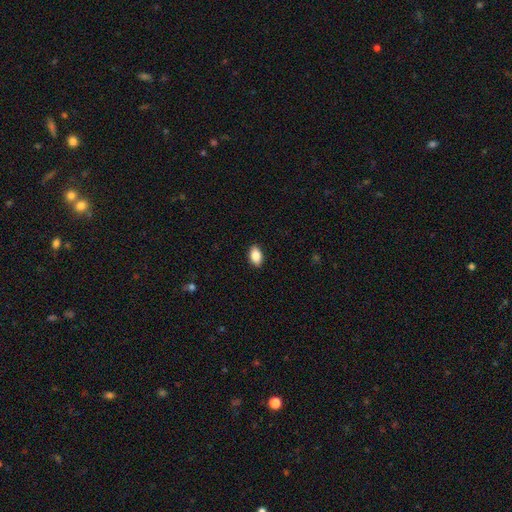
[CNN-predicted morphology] Smooth or featured? smooth (87%)
How rounded? in between (90%)
Merging? none (89%)